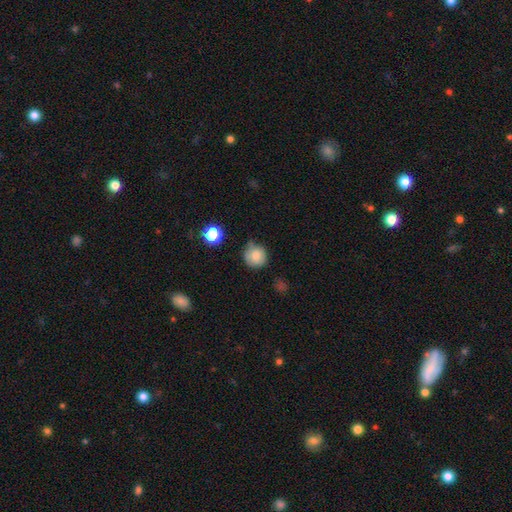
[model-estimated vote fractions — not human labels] smooth-or-featured: smooth: 78% | featured or disk: 12% | star or artifact: 10%
  how-rounded: round: 88% | in between: 11% | cigar-shaped: 1%
  merging: none: 62% | minor disturbance: 28% | major disturbance: 6% | merger: 4%